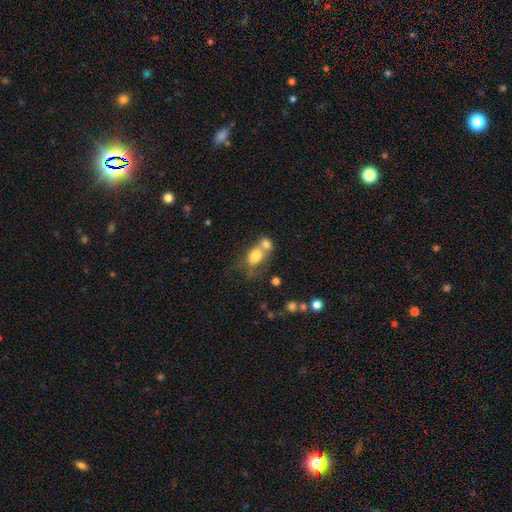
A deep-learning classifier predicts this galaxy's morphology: smooth_or_featured: smooth (p=0.76) [alt: featured or disk p=0.15]
how_rounded: in between (p=0.61) [alt: round p=0.37]
merging: merger (p=0.60) [alt: none p=0.24]